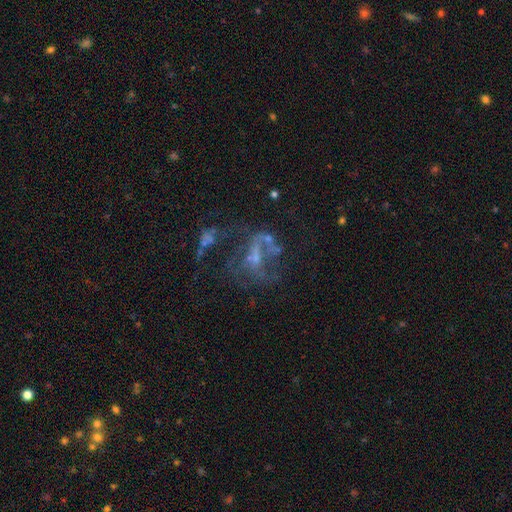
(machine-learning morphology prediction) This appears to be a featured or disk galaxy (64%) with no bar (65%), no spiral arms (66%) and no central bulge (47%). Merging: major disturbance (40%).